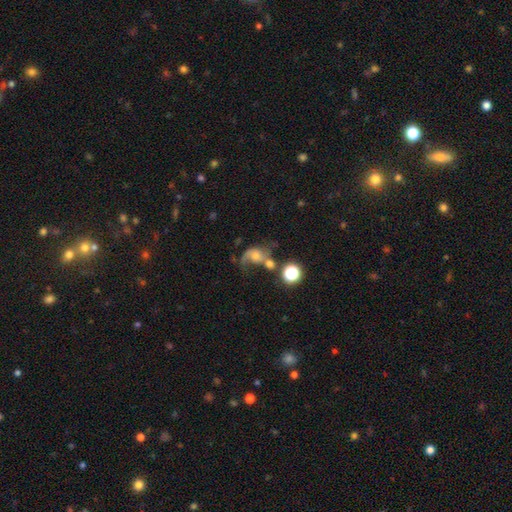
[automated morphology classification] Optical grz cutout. It shows a featured or disk galaxy (53%) with no bar (73%), spiral arms (83%) and a moderate central bulge (44%). Merging: merger (29%, tied with major disturbance).